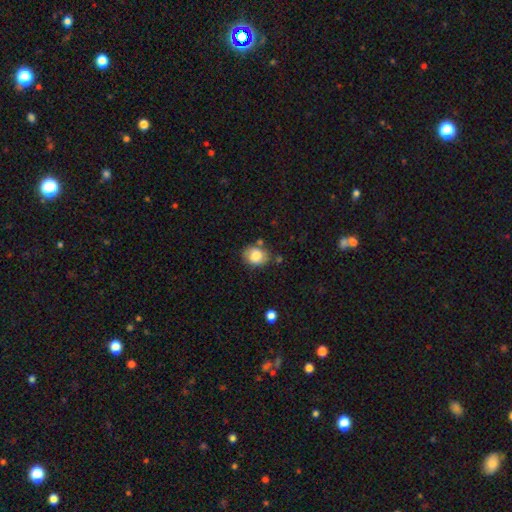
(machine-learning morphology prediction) smooth 79%, featured or disk 13%, star or artifact 8%. Down the decision tree: how rounded — in between (55%); merging — none (68%).